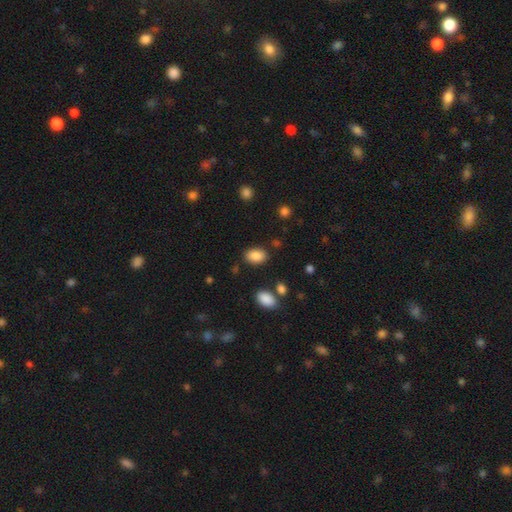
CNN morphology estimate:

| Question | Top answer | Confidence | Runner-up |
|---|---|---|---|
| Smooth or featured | smooth | 87% | star or artifact (8%) |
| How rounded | in between | 86% | round (13%) |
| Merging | none | 83% | minor disturbance (11%) |